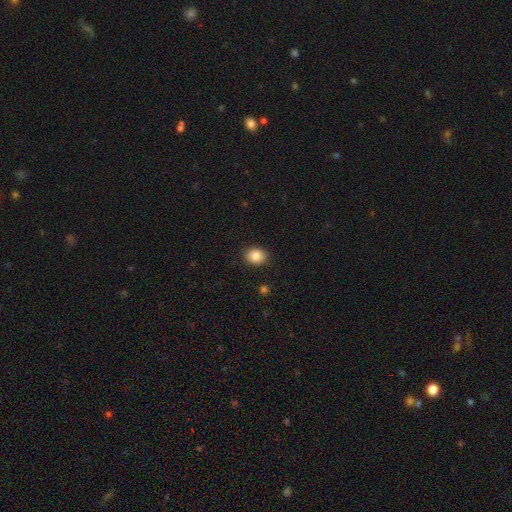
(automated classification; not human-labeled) Q: Smooth or featured?
A: smooth (84%); runner-up: star or artifact (9%)
Q: How rounded?
A: in between (50%); tied with: round (50%)
Q: Merging?
A: none (90%); runner-up: minor disturbance (7%)